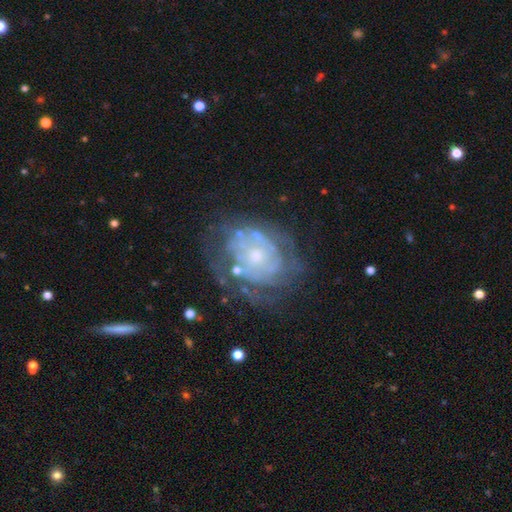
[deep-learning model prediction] Q: Smooth or featured?
A: featured or disk (79%); runner-up: smooth (14%)
Q: Edge-on disk?
A: no (97%); runner-up: yes (3%)
Q: Bar?
A: no (81%); runner-up: weak (16%)
Q: Spiral arms?
A: yes (76%); runner-up: no (24%)
Q: Spiral winding?
A: tight (66%); runner-up: medium (25%)
Q: Spiral arm count?
A: can't tell (55%); runner-up: 2 (17%)
Q: Bulge size?
A: small (51%); runner-up: moderate (38%)
Q: Merging?
A: none (62%); runner-up: minor disturbance (21%)